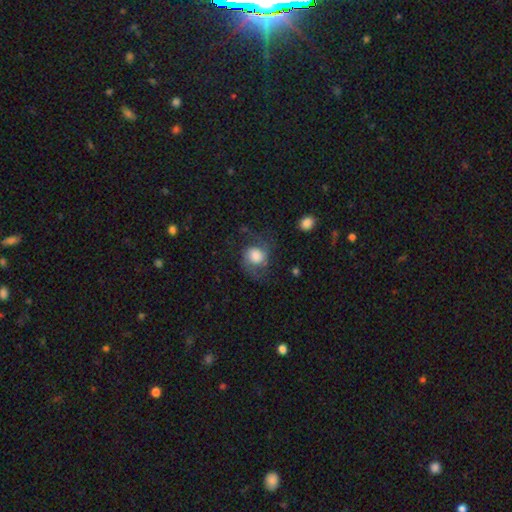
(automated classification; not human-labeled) A featured or disk galaxy (61%) with no bar (68%), 2 (88%) loose (50%) spiral arms (92%) and a large central bulge (50%).

Vote fractions:
- Smooth or featured? featured or disk: 61% / smooth: 30% / star or artifact: 9%
- Edge-on disk? no: 98% / yes: 2%
- Bar? no: 68% / weak: 27% / strong: 4%
- Spiral arms? yes: 92% / no: 8%
- Spiral winding? loose: 50% / medium: 40% / tight: 10%
- Spiral arm count? 2: 88% / 1: 4% / can't tell: 3% / 3: 2% / 4: 1% / more than 4: 1%
- Bulge size? large: 50% / moderate: 19% / dominant: 18% / small: 7% / none: 6%
- Merging? none: 57% / major disturbance: 21% / minor disturbance: 20% / merger: 2%